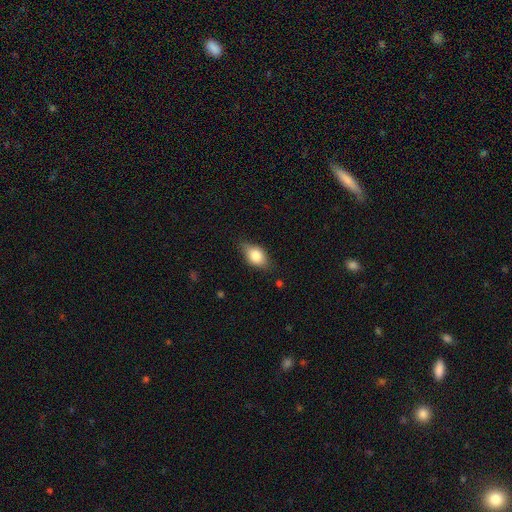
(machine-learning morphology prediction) The model was most divided on "merging": none: 71%, minor disturbance: 23%, major disturbance: 4%, merger: 1%. More confident: how rounded — in between (84%); smooth or featured — smooth (78%).